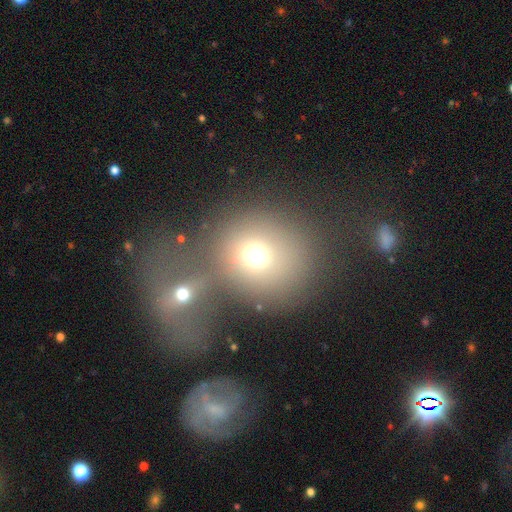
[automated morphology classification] Smooth or featured? smooth (69%)
How rounded? round (78%)
Merging? merger (44%)